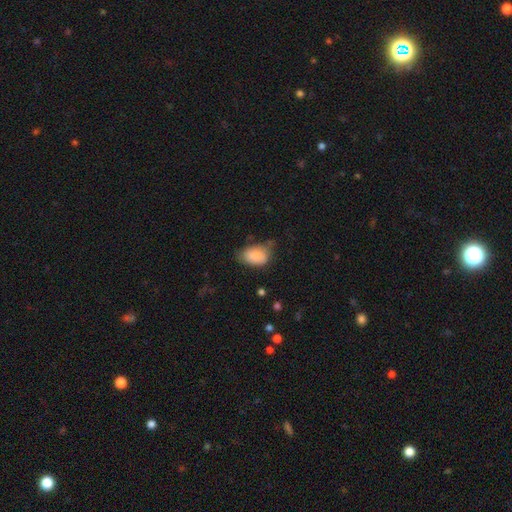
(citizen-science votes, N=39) Smooth or featured: smooth — 77% (star or artifact — 13%)
How rounded: in between — 77% (round — 23%)
Merging: none — 56% (minor disturbance — 24%)